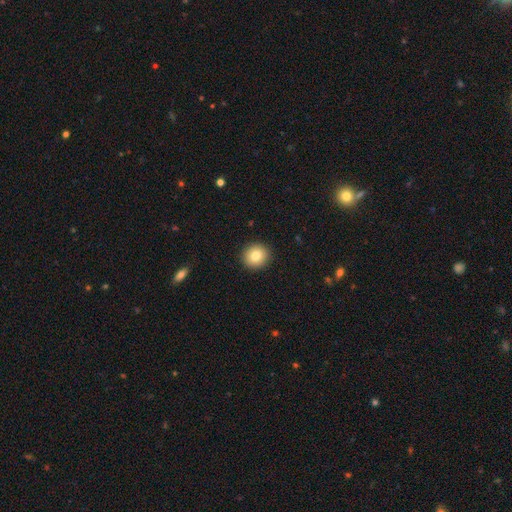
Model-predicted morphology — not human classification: Q: Smooth or featured?
A: smooth (82%); runner-up: star or artifact (9%)
Q: How rounded?
A: round (90%); runner-up: in between (9%)
Q: Merging?
A: none (92%); runner-up: minor disturbance (5%)